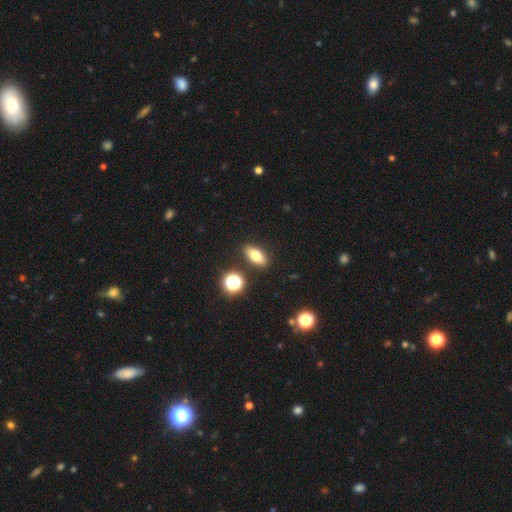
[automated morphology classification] A smooth galaxy with no disk features (70%) that is in between round and cigar-shaped (73%).

Vote fractions:
- Smooth or featured? smooth: 70% / featured or disk: 19% / star or artifact: 12%
- How rounded? in between: 73% / cigar-shaped: 17% / round: 10%
- Merging? none: 87% / minor disturbance: 8% / merger: 3% / major disturbance: 2%